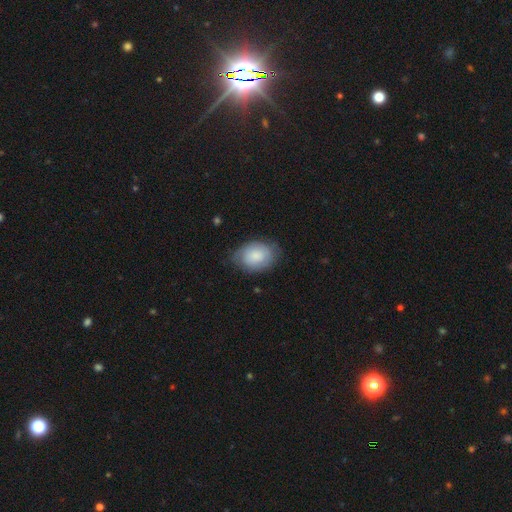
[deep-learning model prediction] Q: Smooth or featured?
A: smooth (77%); runner-up: featured or disk (16%)
Q: How rounded?
A: in between (77%); runner-up: round (22%)
Q: Merging?
A: none (68%); runner-up: minor disturbance (24%)